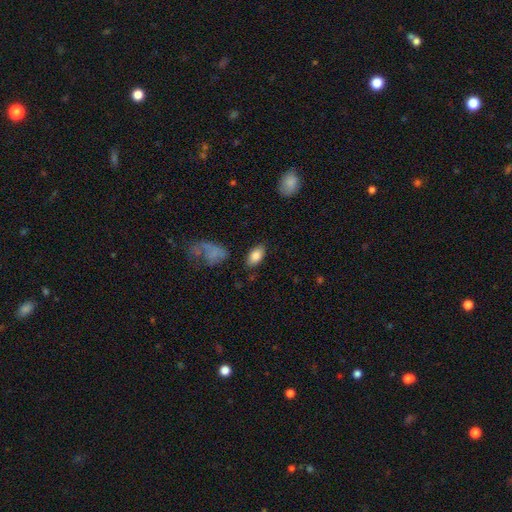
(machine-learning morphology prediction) The model was most divided on "merging": none: 81%, minor disturbance: 12%, major disturbance: 4%, merger: 3%. More confident: how rounded — in between (93%); smooth or featured — smooth (83%).